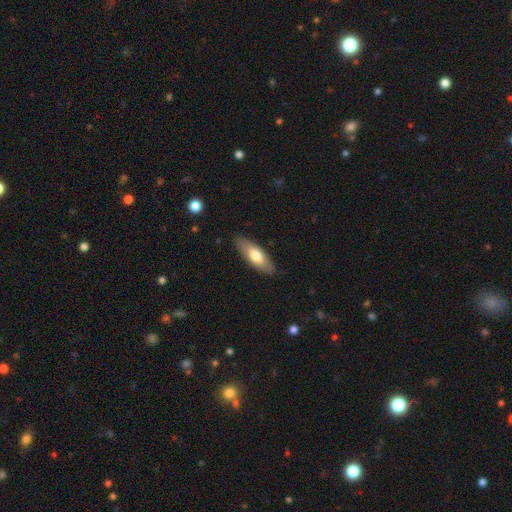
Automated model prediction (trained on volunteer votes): A smooth galaxy with no disk features (69%) that is in between round and cigar-shaped (66%).

Vote fractions:
- Smooth or featured? smooth: 69% / featured or disk: 26% / star or artifact: 5%
- How rounded? in between: 66% / cigar-shaped: 32% / round: 2%
- Merging? none: 86% / minor disturbance: 11% / major disturbance: 2% / merger: 1%